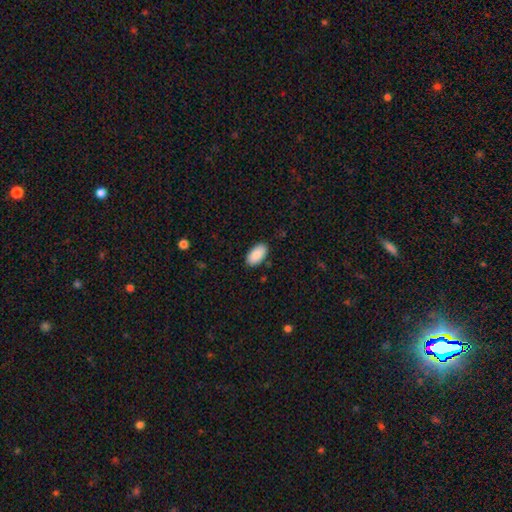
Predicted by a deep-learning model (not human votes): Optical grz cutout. It shows a smooth galaxy with no disk features (89%) that is in between round and cigar-shaped (95%). Merging: none (88%).